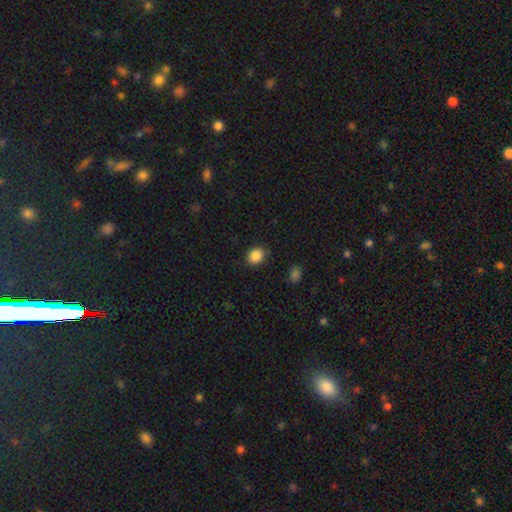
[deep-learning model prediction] smooth-or-featured: smooth: 87% | star or artifact: 10% | featured or disk: 4%
  how-rounded: round: 66% | in between: 33% | cigar-shaped: 1%
  merging: none: 87% | minor disturbance: 9% | major disturbance: 2% | merger: 1%